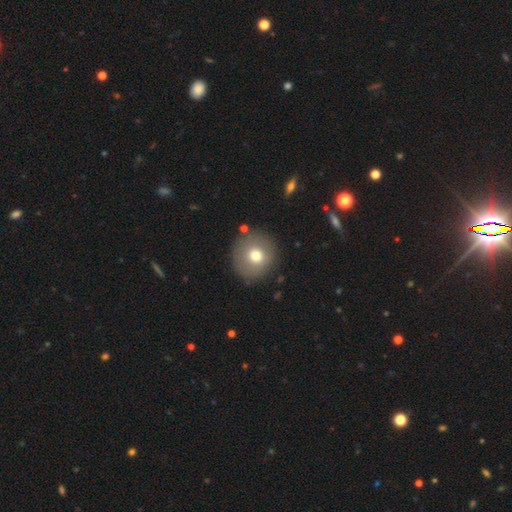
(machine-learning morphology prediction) A smooth galaxy with no disk features (71%) that is round (91%). Merging: none (86%).